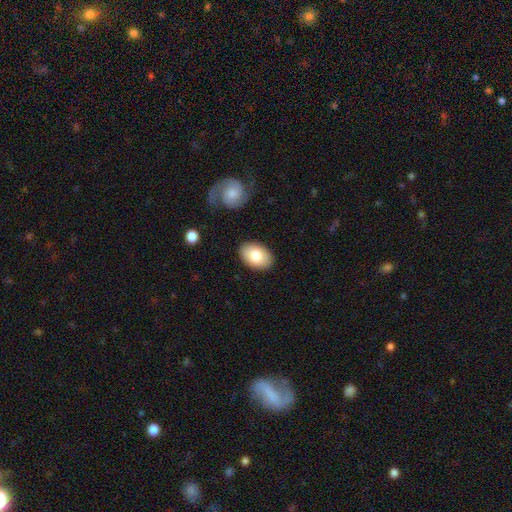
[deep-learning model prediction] A smooth galaxy with no disk features (80%) that is in between round and cigar-shaped (86%). Merging: none (87%).